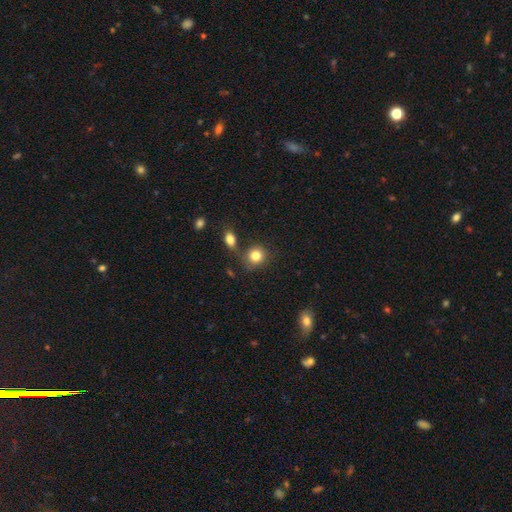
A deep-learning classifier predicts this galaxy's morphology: type=smooth (83%); roundness=round (82%); merging=none (70%).